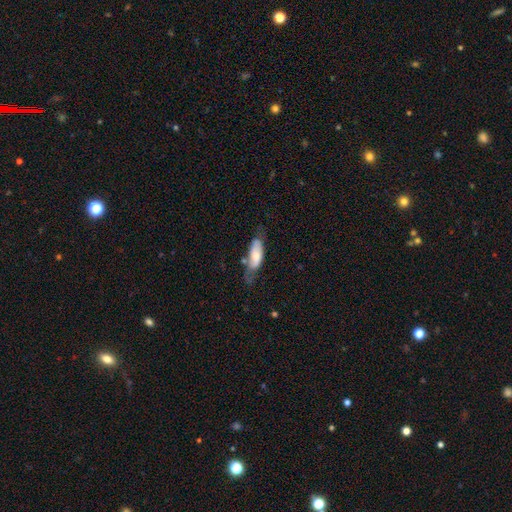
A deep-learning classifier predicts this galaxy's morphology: smooth 59%, featured or disk 35%, star or artifact 6%. Down the decision tree: how rounded — in between (70%); merging — none (40%).